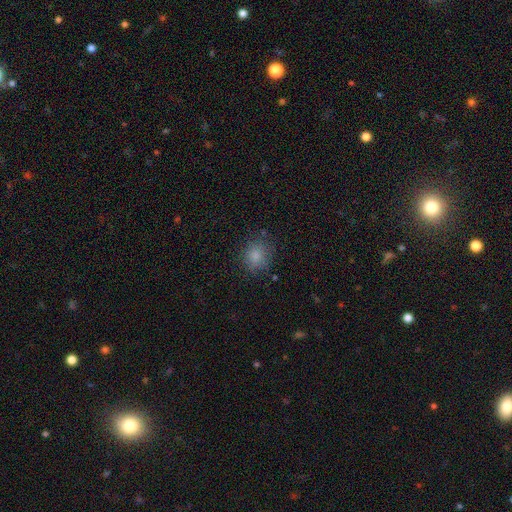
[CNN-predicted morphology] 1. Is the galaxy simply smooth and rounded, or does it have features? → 83% smooth, 11% star or artifact, 6% featured or disk.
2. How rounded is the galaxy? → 71% round, 28% in between, 1% cigar-shaped.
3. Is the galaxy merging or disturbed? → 78% none, 15% minor disturbance, 5% major disturbance, 2% merger.